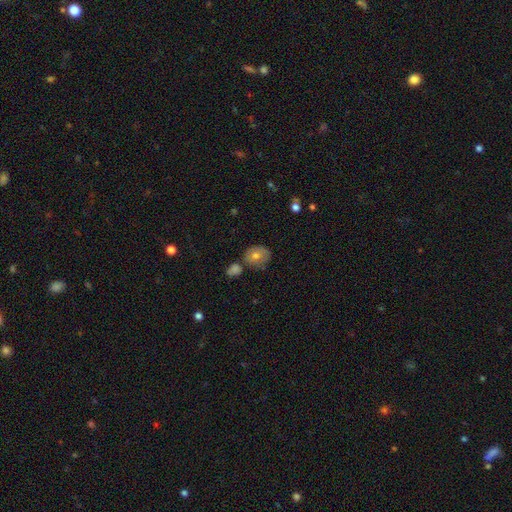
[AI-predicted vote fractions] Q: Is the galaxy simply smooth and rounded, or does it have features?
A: smooth — 65%.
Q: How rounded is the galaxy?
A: round — 58%.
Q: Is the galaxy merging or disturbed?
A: none — 62%.